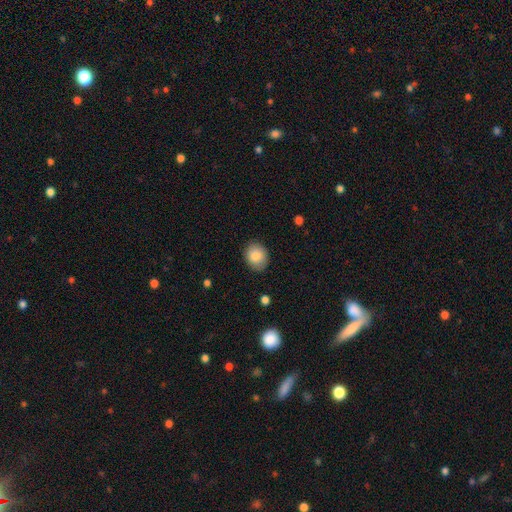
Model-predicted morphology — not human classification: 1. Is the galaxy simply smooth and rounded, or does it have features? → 85% smooth, 8% star or artifact, 7% featured or disk.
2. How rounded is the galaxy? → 59% round, 41% in between, 1% cigar-shaped.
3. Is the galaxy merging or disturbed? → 85% none, 11% minor disturbance, 2% major disturbance, 1% merger.